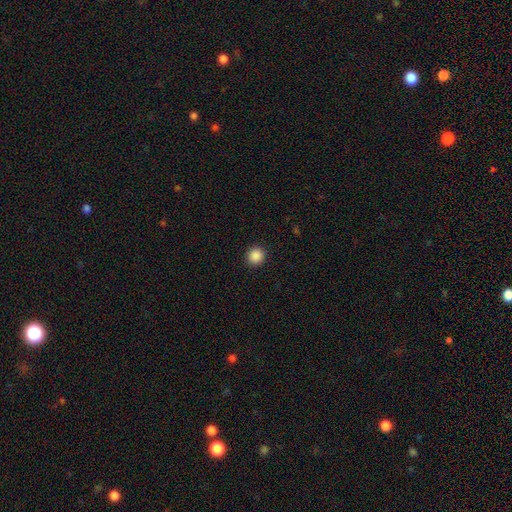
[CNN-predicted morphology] Overall: smooth (88%). How rounded: round (92%). Merging: none (92%).